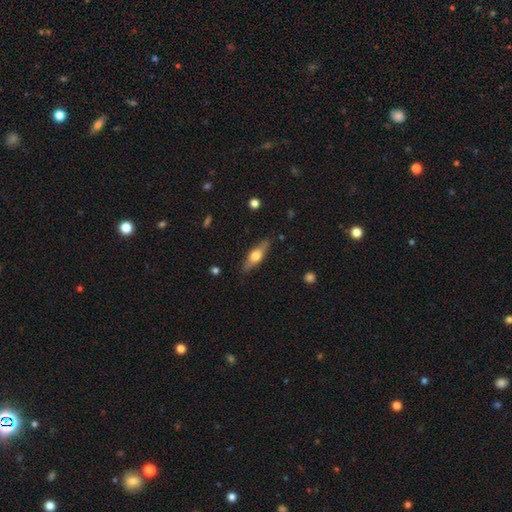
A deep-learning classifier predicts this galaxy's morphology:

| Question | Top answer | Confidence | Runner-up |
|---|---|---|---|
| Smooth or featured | smooth | 51% | featured or disk (44%) |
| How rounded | in between | 50% | cigar-shaped (47%) |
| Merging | none | 85% | minor disturbance (12%) |